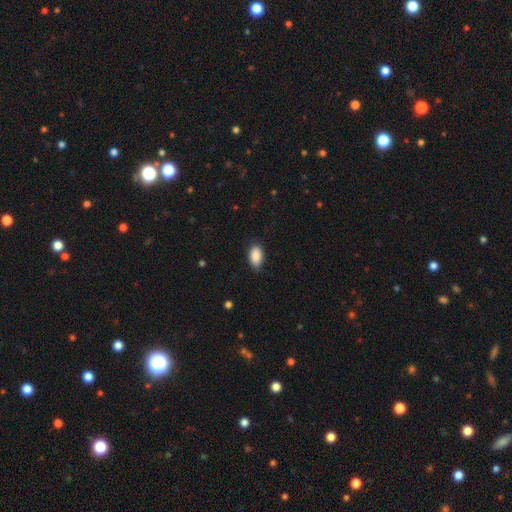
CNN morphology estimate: smooth 89%, star or artifact 7%, featured or disk 4%. Down the decision tree: how rounded — in between (93%); merging — none (79%).